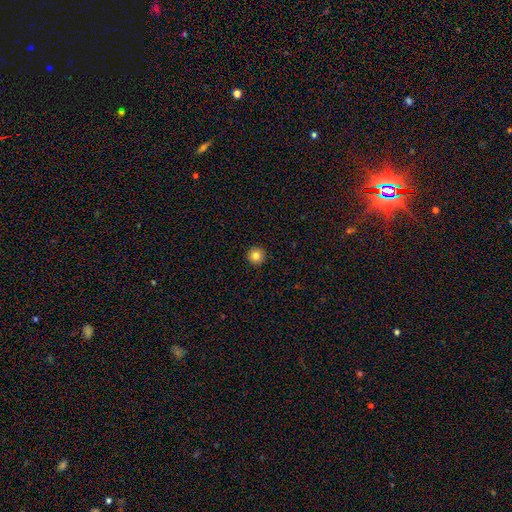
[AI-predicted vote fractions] This appears to be a smooth galaxy with no disk features (83%) that is round (96%). Merging: none (94%).